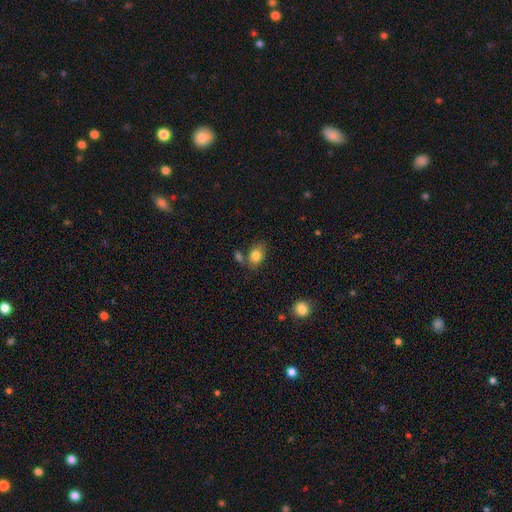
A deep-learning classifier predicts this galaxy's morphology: Overall: smooth (82%). How rounded: in between (76%). Merging: none (63%).